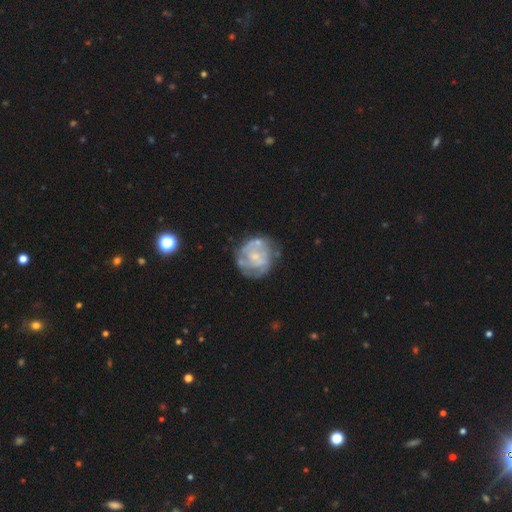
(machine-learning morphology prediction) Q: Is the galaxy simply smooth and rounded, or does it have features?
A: featured or disk — 74%.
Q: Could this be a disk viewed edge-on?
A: no — 98%.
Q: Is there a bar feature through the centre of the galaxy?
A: no — 66%.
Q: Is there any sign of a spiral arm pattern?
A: yes — 69%.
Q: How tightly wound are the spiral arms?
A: tight — 51%.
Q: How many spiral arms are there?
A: can't tell — 43%.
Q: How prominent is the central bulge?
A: small — 54%.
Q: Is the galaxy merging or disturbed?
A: none — 63%.